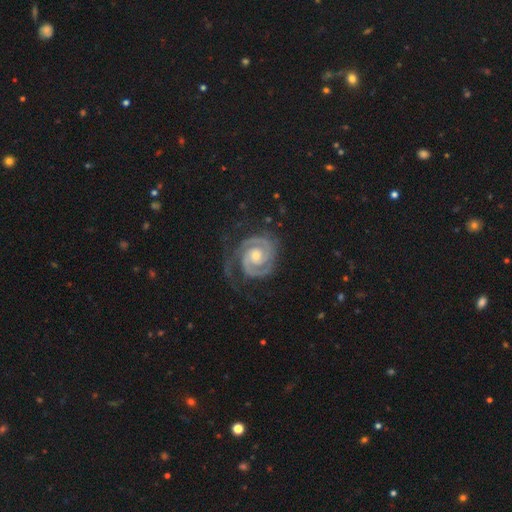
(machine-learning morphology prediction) This is clearly a featured or disk galaxy (93%). It is clearly not viewed edge-on (98%). Bar: likely no (62%). Spiral arm pattern: clearly yes (98%). Spiral arm count: clearly 2 (83%). Spiral winding: likely tight (73%). Central bulge: possibly moderate (56%). Merging: likely none (71%).